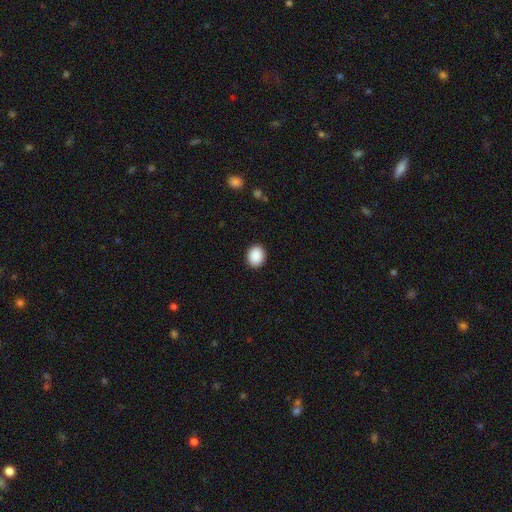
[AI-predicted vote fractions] Smooth or featured? smooth (90%)
How rounded? round (56%)
Merging? none (91%)